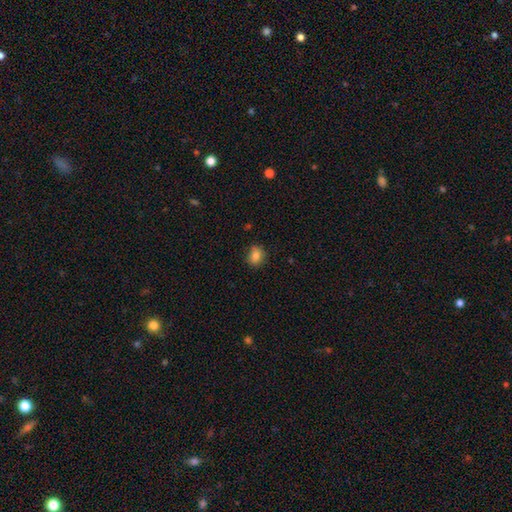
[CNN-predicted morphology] Smooth or featured: smooth — 82% (star or artifact — 11%)
How rounded: round — 67% (in between — 32%)
Merging: none — 82% (minor disturbance — 14%)